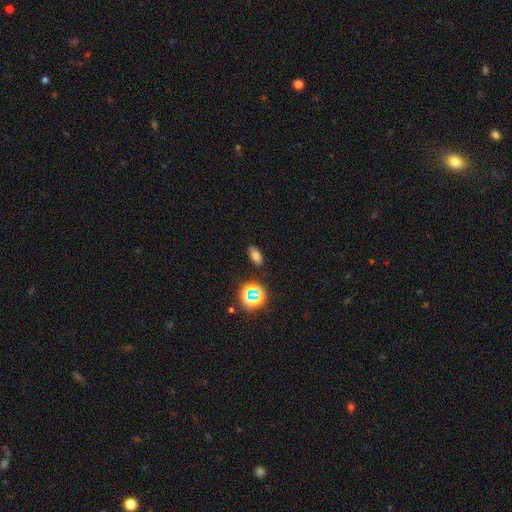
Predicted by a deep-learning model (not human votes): Smooth or featured? smooth (71%)
How rounded? in between (87%)
Merging? none (87%)